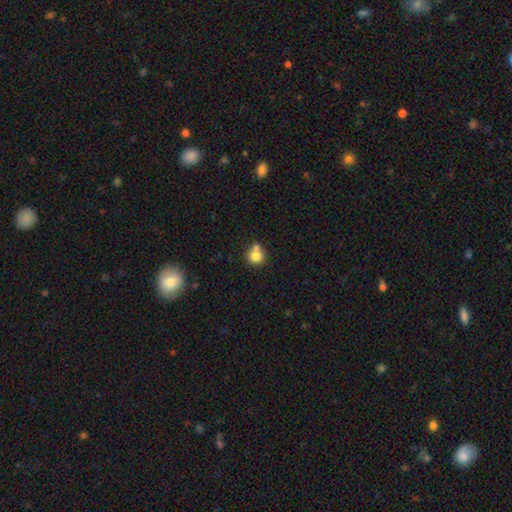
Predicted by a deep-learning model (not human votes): smooth_or_featured: smooth (p=0.78) [alt: featured or disk p=0.11]
how_rounded: round (p=0.86) [alt: in between p=0.13]
merging: none (p=0.48) [alt: merger p=0.36]